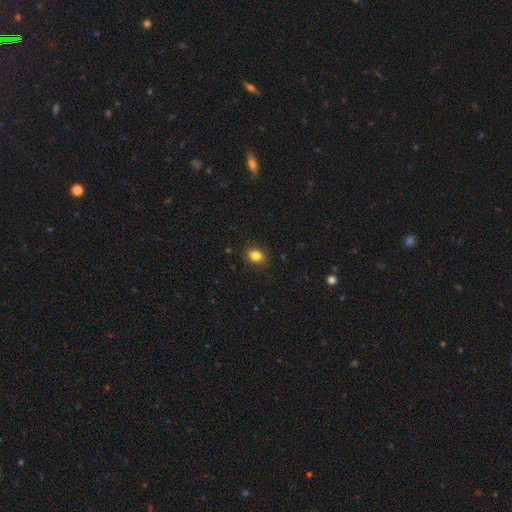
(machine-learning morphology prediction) A smooth galaxy with no disk features (84%) that is in between round and cigar-shaped (55%). Merging: none (87%).